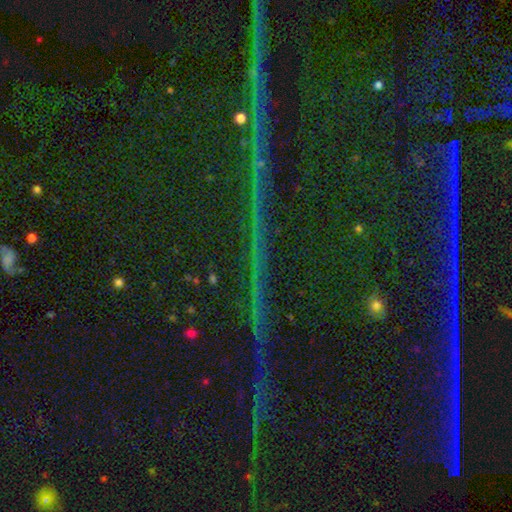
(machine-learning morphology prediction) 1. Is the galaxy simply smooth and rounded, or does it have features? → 85% star or artifact, 9% featured or disk, 6% smooth.